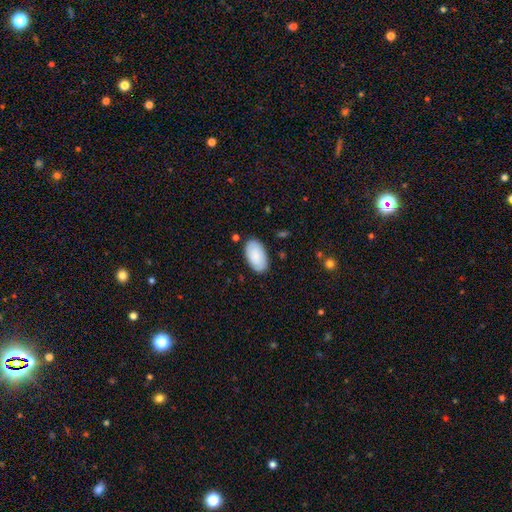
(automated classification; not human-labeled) smooth_or_featured: smooth (p=0.86) [alt: featured or disk p=0.08]
how_rounded: in between (p=0.96) [alt: round p=0.02]
merging: none (p=0.85) [alt: minor disturbance p=0.11]